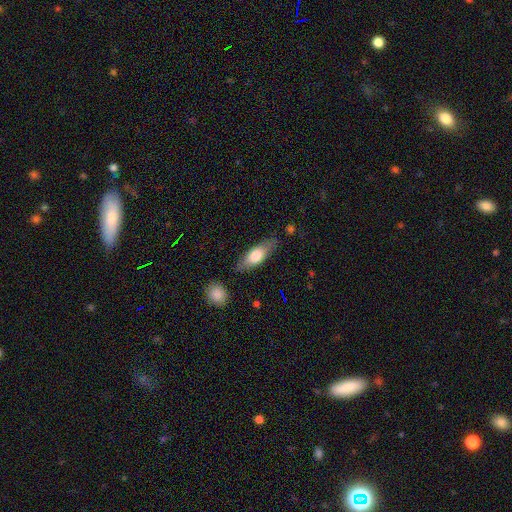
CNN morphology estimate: Smooth or featured? smooth (66%)
How rounded? in between (60%)
Merging? none (77%)